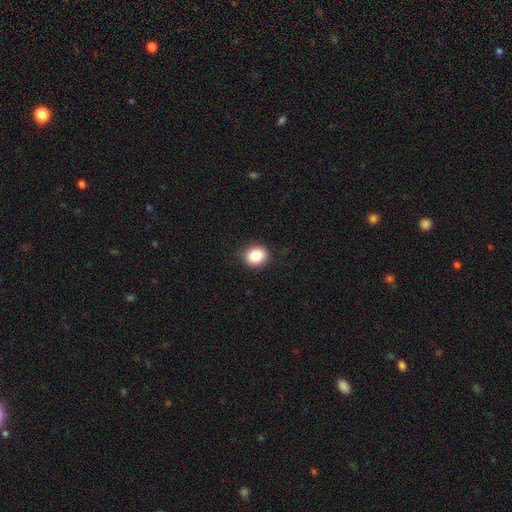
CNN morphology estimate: A smooth galaxy with no disk features (84%) that is round (75%). Merging: none (89%).